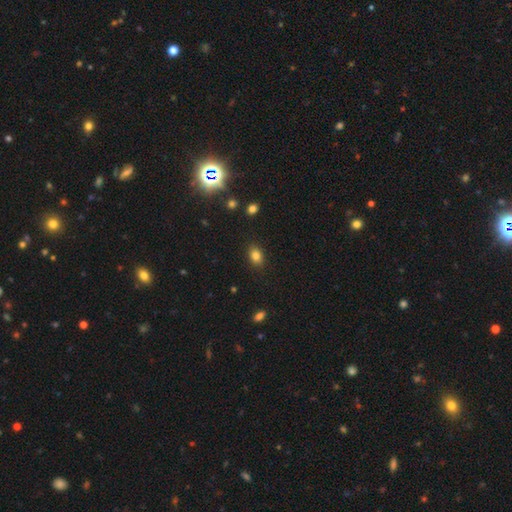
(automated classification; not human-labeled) smooth_or_featured: smooth (p=0.82) [alt: star or artifact p=0.11]
how_rounded: in between (p=0.78) [alt: round p=0.21]
merging: none (p=0.87) [alt: minor disturbance p=0.09]